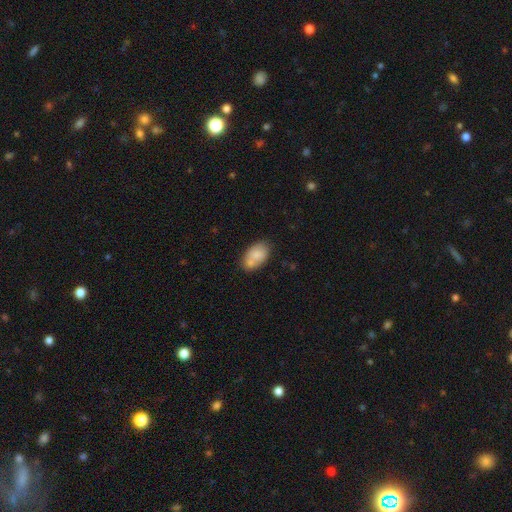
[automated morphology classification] Smooth or featured? Predicted: smooth (p=0.77). How rounded? Predicted: in between (p=0.91). Merging? Predicted: none (p=0.54).